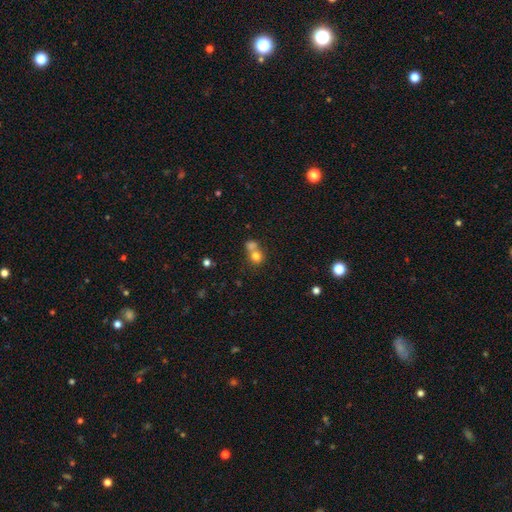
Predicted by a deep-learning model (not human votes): A smooth galaxy with no disk features (76%) that is round (83%).

Vote fractions:
- Smooth or featured? smooth: 76% / star or artifact: 12% / featured or disk: 12%
- How rounded? round: 83% / in between: 16% / cigar-shaped: 1%
- Merging? merger: 55% / none: 36% / minor disturbance: 6% / major disturbance: 3%